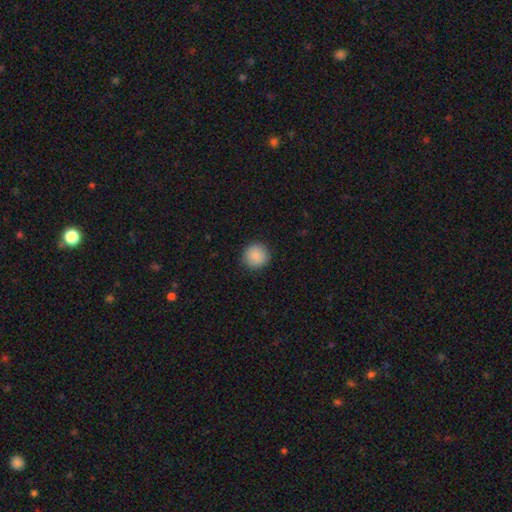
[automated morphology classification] smooth 88%, star or artifact 8%, featured or disk 3%. Down the decision tree: how rounded — round (95%); merging — none (91%).